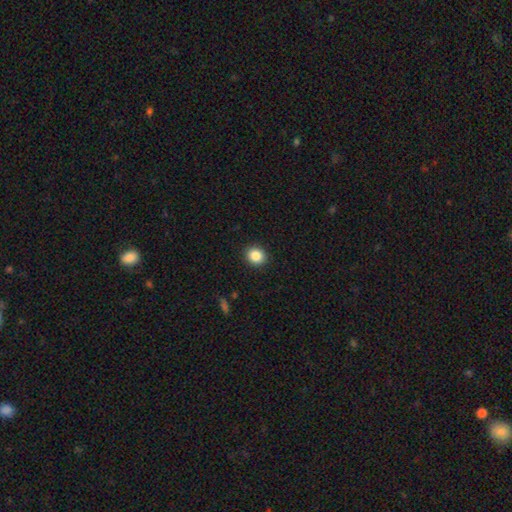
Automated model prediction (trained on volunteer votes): smooth_or_featured: smooth (p=0.86) [alt: star or artifact p=0.10]
how_rounded: round (p=0.83) [alt: in between p=0.16]
merging: none (p=0.92) [alt: minor disturbance p=0.06]